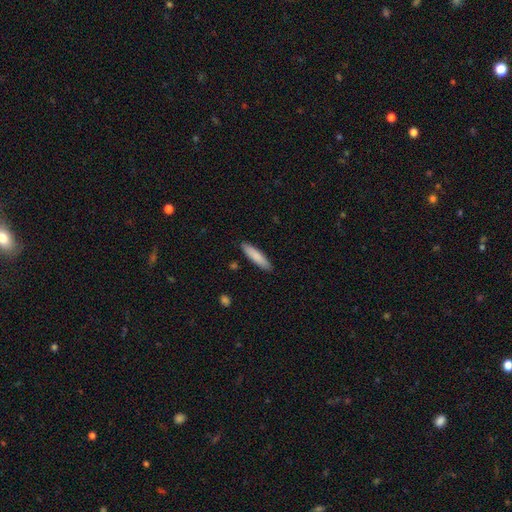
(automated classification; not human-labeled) Smooth or featured: smooth — 85% (featured or disk — 10%)
How rounded: cigar-shaped — 79% (in between — 20%)
Merging: none — 89% (minor disturbance — 8%)